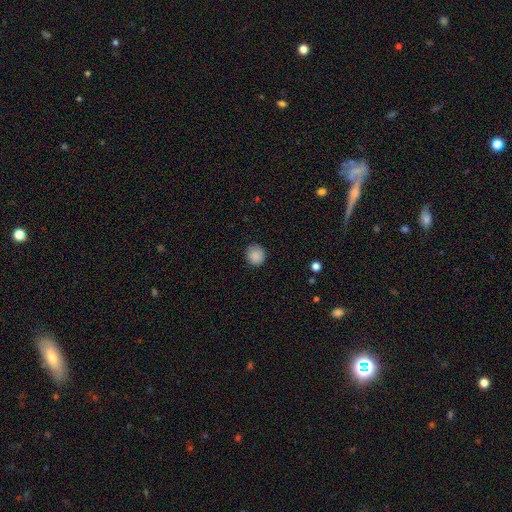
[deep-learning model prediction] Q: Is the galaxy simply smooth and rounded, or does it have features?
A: smooth — 88%.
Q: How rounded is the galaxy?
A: round — 87%.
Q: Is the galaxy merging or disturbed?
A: none — 84%.